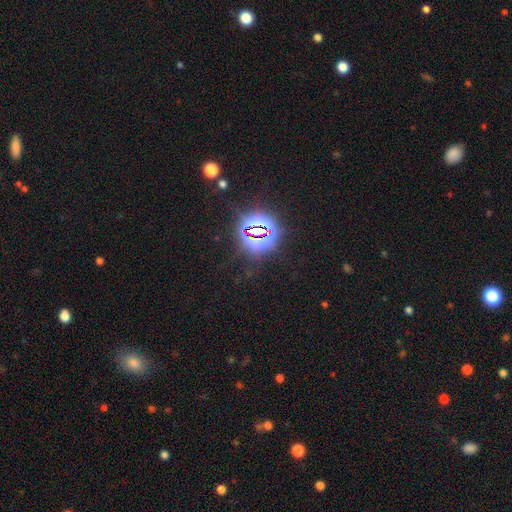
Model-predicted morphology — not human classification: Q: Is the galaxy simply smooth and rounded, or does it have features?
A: star or artifact — 84%.